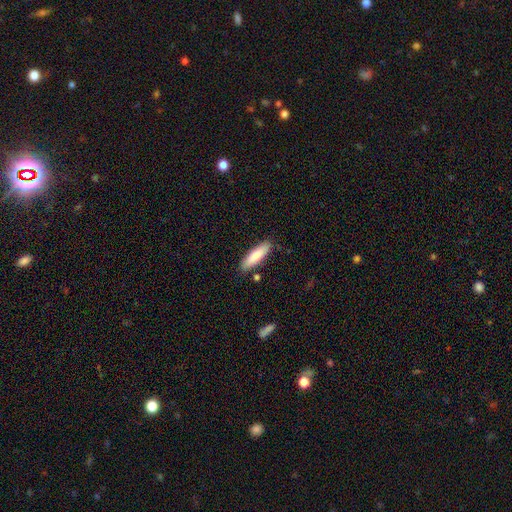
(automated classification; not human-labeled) smooth_or_featured: smooth (p=0.79) [alt: featured or disk p=0.15]
how_rounded: cigar-shaped (p=0.62) [alt: in between p=0.37]
merging: none (p=0.84) [alt: minor disturbance p=0.11]